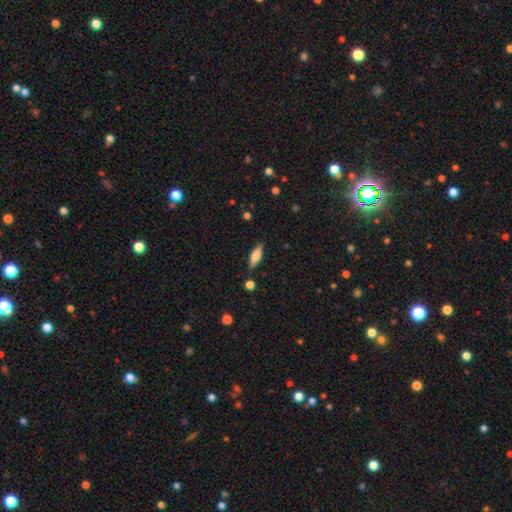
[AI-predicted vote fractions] Morphology: type=smooth (73%); roundness=in between (60%); merging=none (84%).